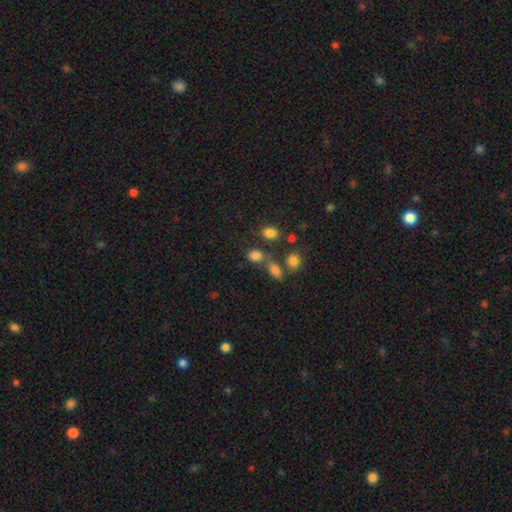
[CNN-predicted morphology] Q: Smooth or featured?
A: smooth (79%); runner-up: star or artifact (14%)
Q: How rounded?
A: in between (56%); runner-up: round (42%)
Q: Merging?
A: none (55%); runner-up: merger (26%)